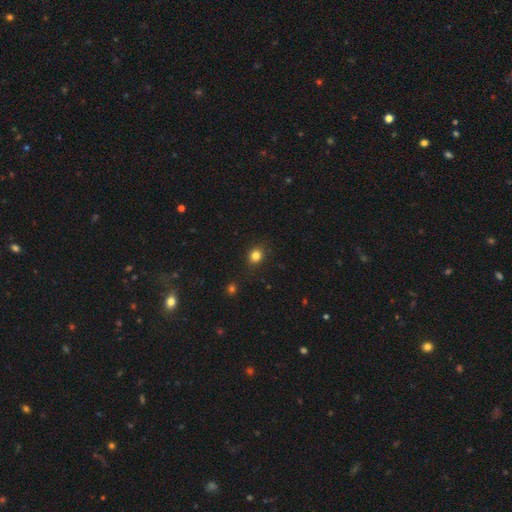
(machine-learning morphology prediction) Smooth or featured? smooth (82%)
How rounded? round (71%)
Merging? none (86%)